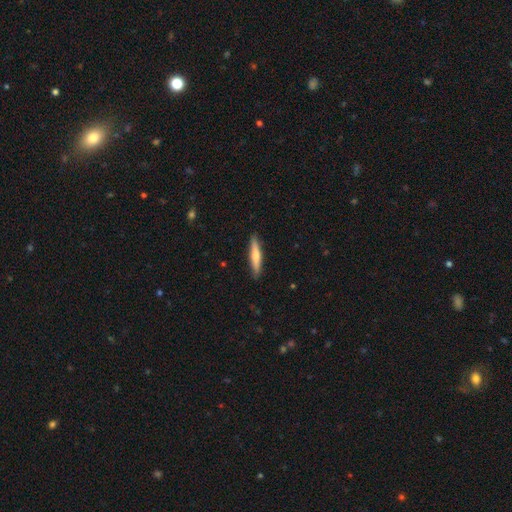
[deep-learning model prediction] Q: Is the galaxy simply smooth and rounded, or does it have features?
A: smooth — 59%.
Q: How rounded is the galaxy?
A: cigar-shaped — 90%.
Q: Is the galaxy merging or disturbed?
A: none — 90%.